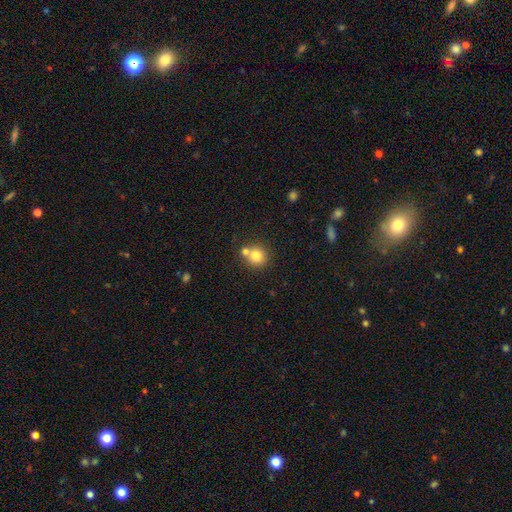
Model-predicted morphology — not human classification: A smooth galaxy with no disk features (79%) that is round (89%). Merging: none (57%).